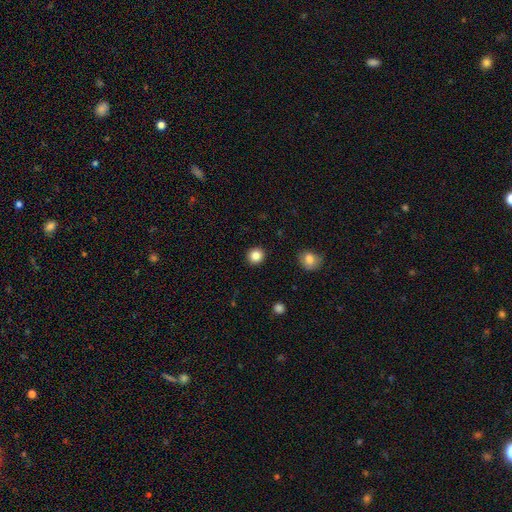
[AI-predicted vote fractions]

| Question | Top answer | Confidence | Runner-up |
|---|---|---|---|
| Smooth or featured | smooth | 85% | star or artifact (10%) |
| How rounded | round | 91% | in between (8%) |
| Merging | none | 92% | minor disturbance (5%) |